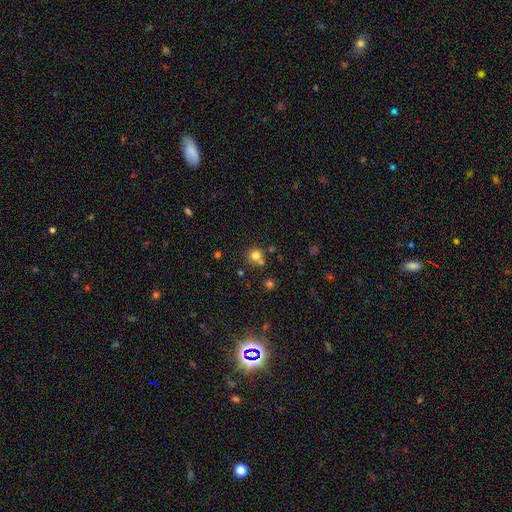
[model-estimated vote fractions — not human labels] Smooth or featured: smooth — 78% (star or artifact — 15%)
How rounded: round — 91% (in between — 8%)
Merging: none — 66% (merger — 21%)